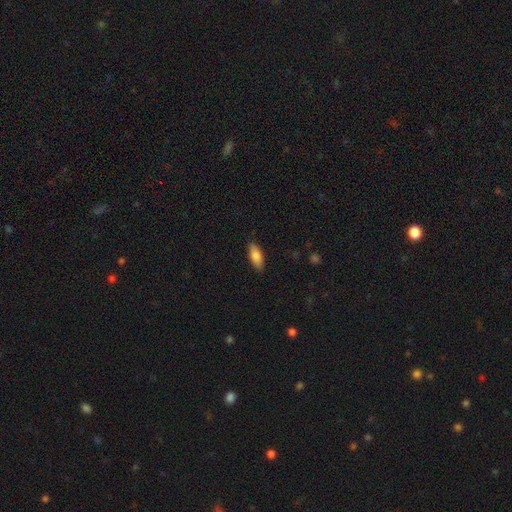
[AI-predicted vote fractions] Smooth or featured? smooth (82%)
How rounded? in between (76%)
Merging? none (86%)